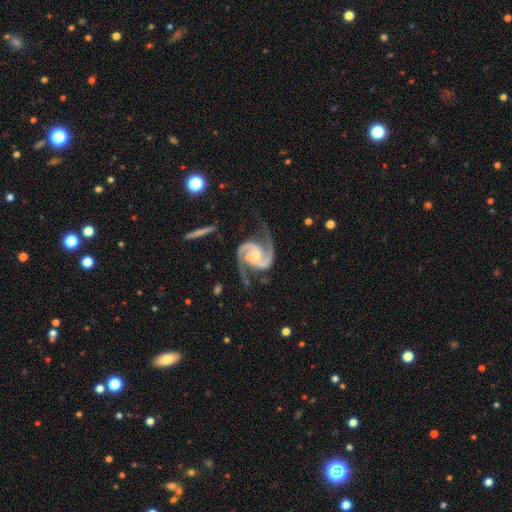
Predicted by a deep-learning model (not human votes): Smooth or featured? featured or disk (94%)
Edge-on disk? no (98%)
Bar? no (57%)
Spiral arms? yes (99%)
Spiral winding? medium (62%)
Spiral arm count? 2 (93%)
Bulge size? small (53%)
Merging? none (72%)